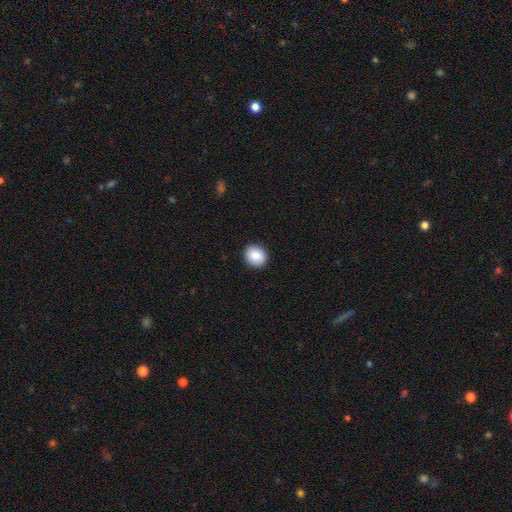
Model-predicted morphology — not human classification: Smooth or featured? Predicted: smooth (p=0.88). How rounded? Predicted: round (p=0.71). Merging? Predicted: none (p=0.91).